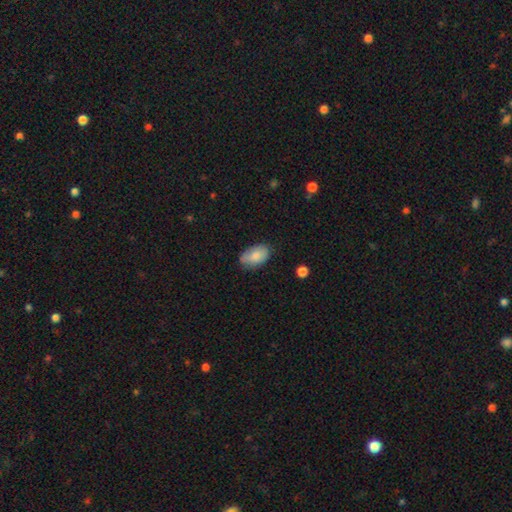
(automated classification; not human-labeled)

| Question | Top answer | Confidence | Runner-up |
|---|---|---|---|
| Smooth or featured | smooth | 79% | featured or disk (14%) |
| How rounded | in between | 92% | round (7%) |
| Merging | none | 73% | minor disturbance (21%) |